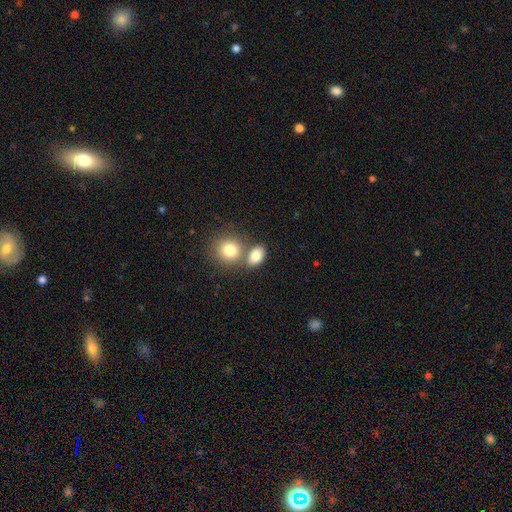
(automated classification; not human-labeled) Smooth or featured? Predicted: smooth (p=0.84). How rounded? Predicted: in between (p=0.70). Merging? Predicted: none (p=0.54).